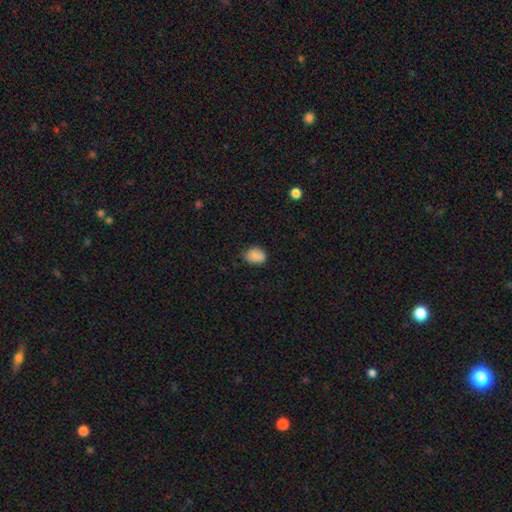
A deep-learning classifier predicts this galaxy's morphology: The model was most divided on "how rounded": in between: 60%, round: 39%, cigar-shaped: 1%. More confident: smooth or featured — smooth (85%); merging — none (67%).